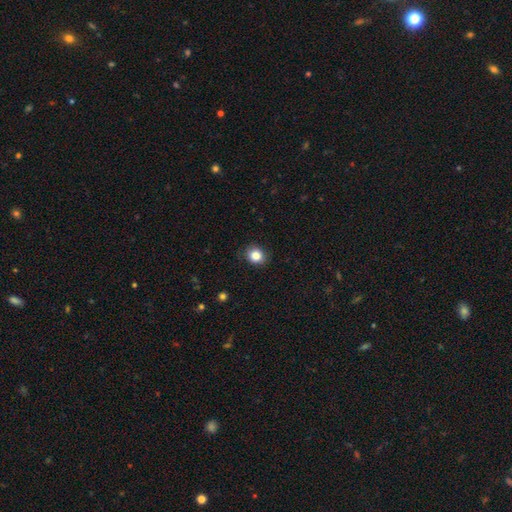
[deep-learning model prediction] smooth-or-featured: smooth: 85% | star or artifact: 10% | featured or disk: 5%
  how-rounded: round: 75% | in between: 24% | cigar-shaped: 1%
  merging: none: 85% | minor disturbance: 11% | major disturbance: 3% | merger: 1%